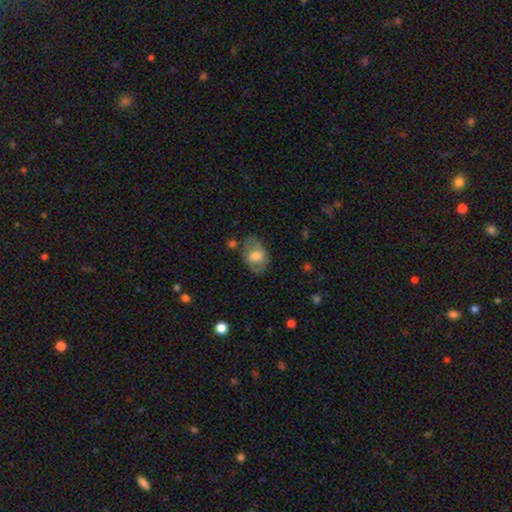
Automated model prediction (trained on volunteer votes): A smooth galaxy with no disk features (48%).

Vote fractions:
- Smooth or featured? smooth: 48% / featured or disk: 44% / star or artifact: 7%
- Merging? none: 65% / minor disturbance: 22% / major disturbance: 10% / merger: 4%